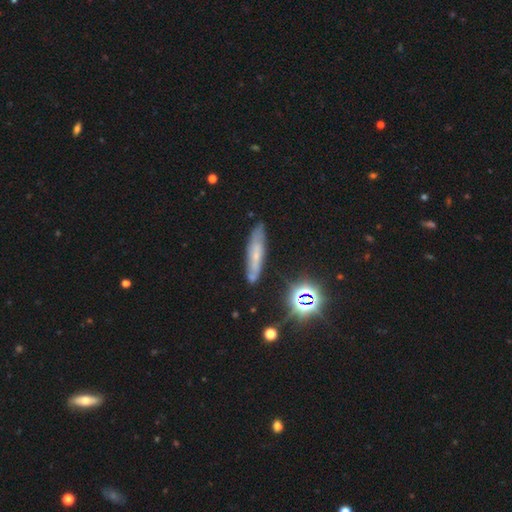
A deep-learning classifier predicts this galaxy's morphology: Smooth or featured? Predicted: featured or disk (p=0.43). Merging? Predicted: none (p=0.76).